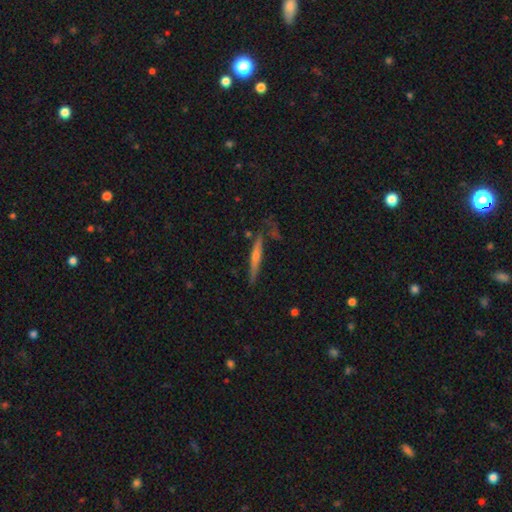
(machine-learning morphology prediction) The model was most divided on "smooth or featured": featured or disk: 62%, smooth: 32%, star or artifact: 7%. More confident: edge-on disk — yes (96%); merging — none (76%); edge-on bulge — rounded (70%).